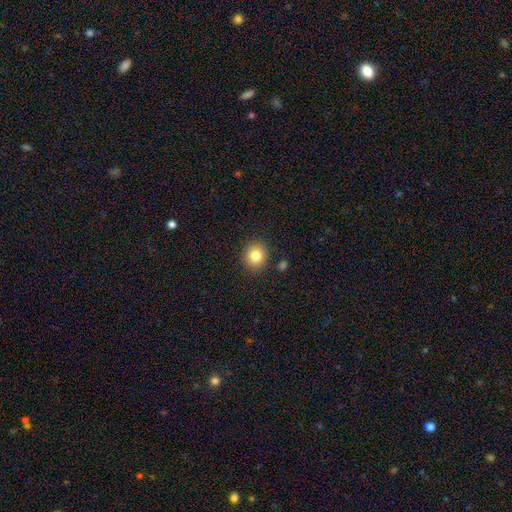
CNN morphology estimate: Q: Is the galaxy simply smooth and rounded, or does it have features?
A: smooth — 82%.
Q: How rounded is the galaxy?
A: round — 83%.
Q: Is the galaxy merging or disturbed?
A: none — 88%.